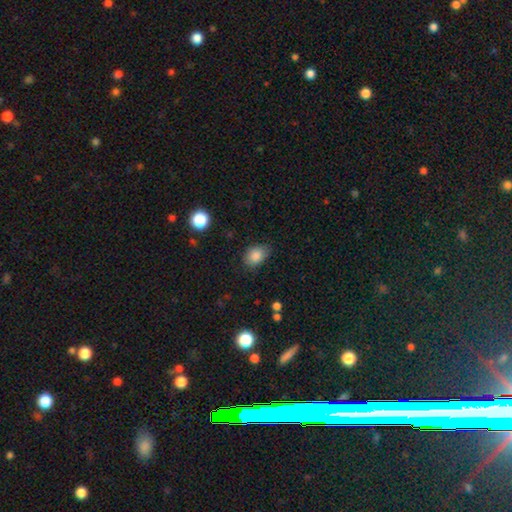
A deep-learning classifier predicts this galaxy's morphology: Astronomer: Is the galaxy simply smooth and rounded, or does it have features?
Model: smooth — 86%.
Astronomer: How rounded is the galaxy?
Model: in between — 74%.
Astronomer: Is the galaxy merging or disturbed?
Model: none — 75%.